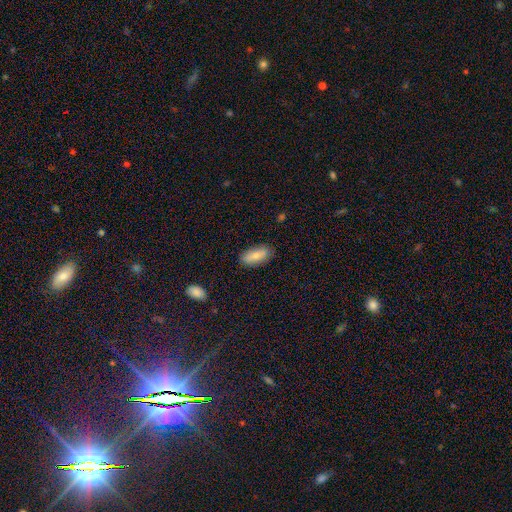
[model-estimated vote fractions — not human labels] Smooth or featured: smooth — 81% (featured or disk — 12%)
How rounded: in between — 85% (cigar-shaped — 13%)
Merging: none — 85% (minor disturbance — 12%)